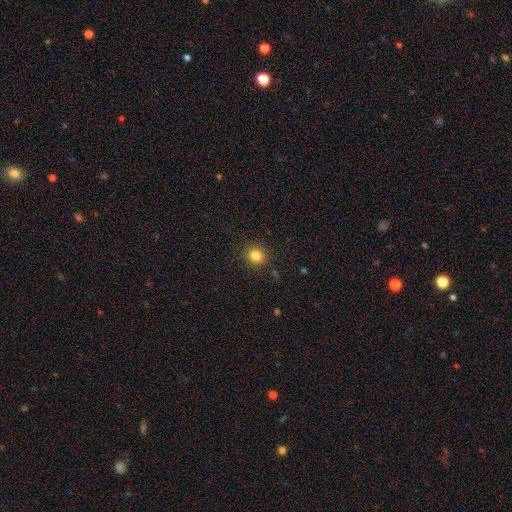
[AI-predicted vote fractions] Smooth or featured: smooth — 83% (star or artifact — 12%)
How rounded: round — 88% (in between — 11%)
Merging: none — 90% (minor disturbance — 6%)